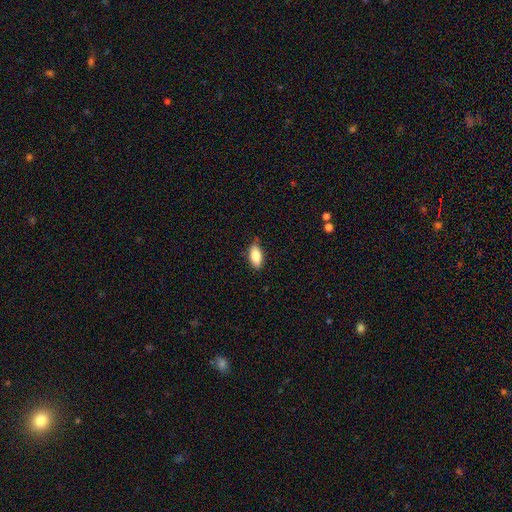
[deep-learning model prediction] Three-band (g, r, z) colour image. It shows a smooth galaxy with no disk features (83%) that is in between round and cigar-shaped (87%). Merging: none (79%).